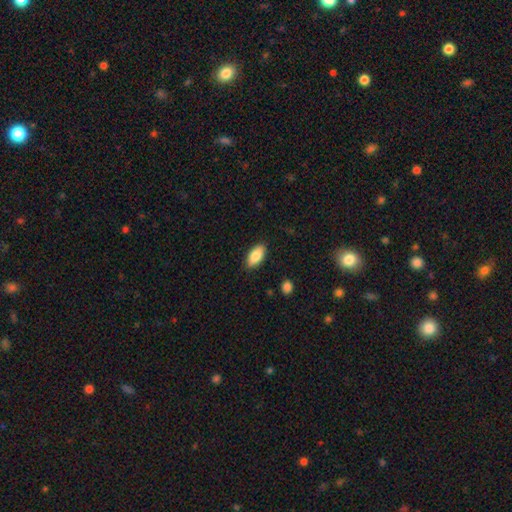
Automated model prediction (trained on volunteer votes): Smooth or featured: smooth — 85% (featured or disk — 8%)
How rounded: in between — 91% (cigar-shaped — 7%)
Merging: none — 88% (minor disturbance — 9%)